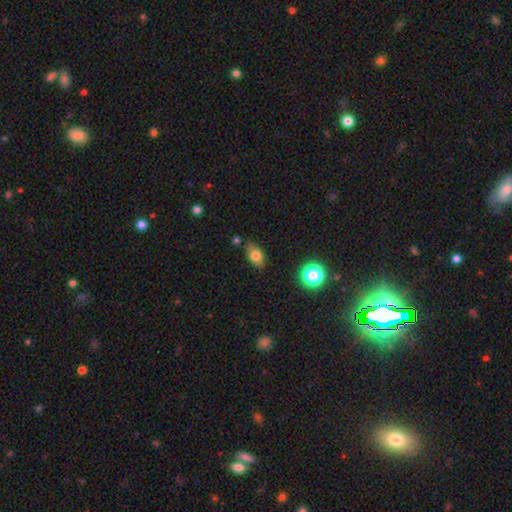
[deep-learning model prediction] Overall: smooth (76%). How rounded: in between (82%). Merging: none (75%).